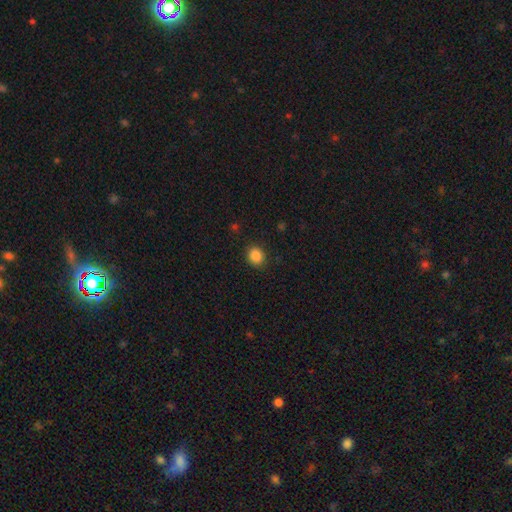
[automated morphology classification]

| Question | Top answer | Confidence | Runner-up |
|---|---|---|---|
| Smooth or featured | smooth | 87% | star or artifact (10%) |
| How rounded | round | 71% | in between (28%) |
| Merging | none | 88% | minor disturbance (8%) |